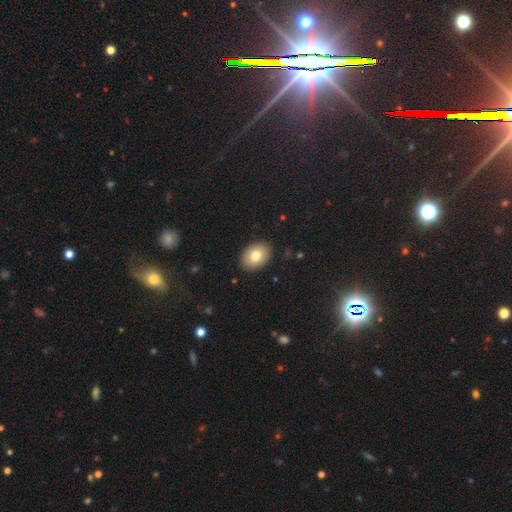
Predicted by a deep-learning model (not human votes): Overall: smooth (79%). How rounded: in between (77%). Merging: none (90%).